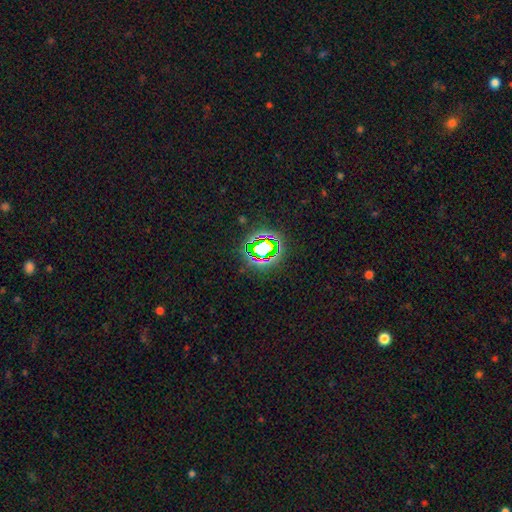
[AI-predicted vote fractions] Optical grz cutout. It shows a star or artifact, not a galaxy (80%).